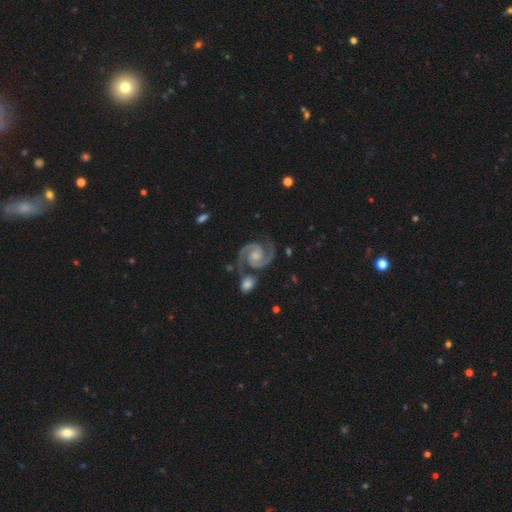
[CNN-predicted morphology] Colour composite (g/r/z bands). It shows a featured or disk galaxy (94%) with no bar (60%), 2 (94%) medium (49%) spiral arms (99%) and a moderate central bulge (44%). Merging: none (72%).